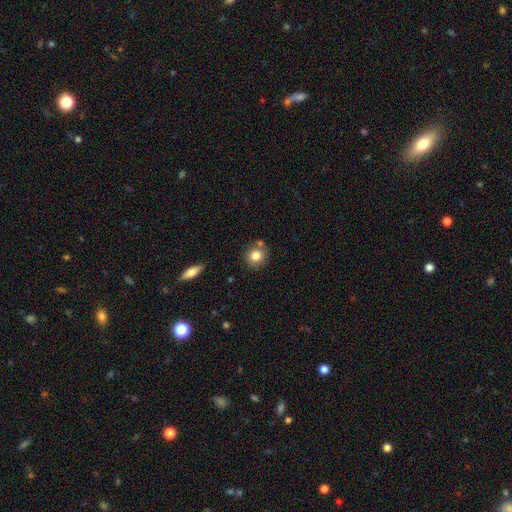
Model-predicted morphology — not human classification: type=smooth (81%); roundness=round (87%); merging=none (75%).